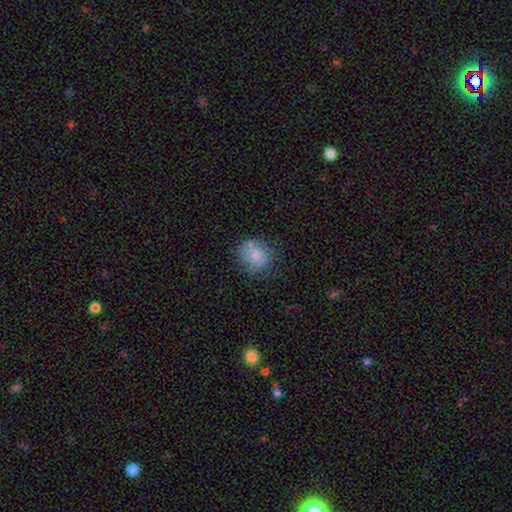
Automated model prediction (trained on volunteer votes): Q: Smooth or featured?
A: smooth (73%); runner-up: featured or disk (19%)
Q: How rounded?
A: round (68%); runner-up: in between (31%)
Q: Merging?
A: none (58%); runner-up: minor disturbance (22%)